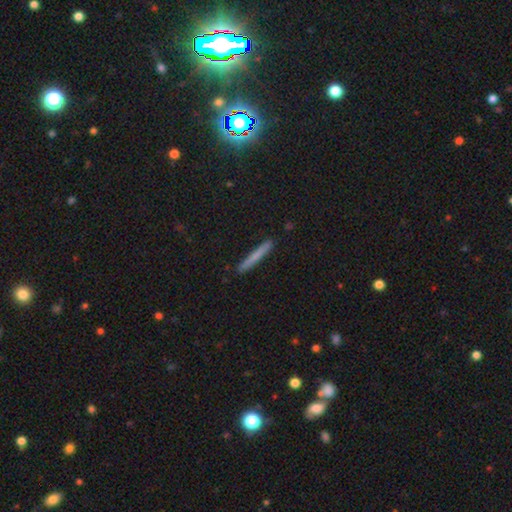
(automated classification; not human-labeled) smooth_or_featured: smooth (p=0.71) [alt: featured or disk p=0.23]
how_rounded: cigar-shaped (p=0.97) [alt: in between p=0.02]
merging: none (p=0.91) [alt: minor disturbance p=0.07]